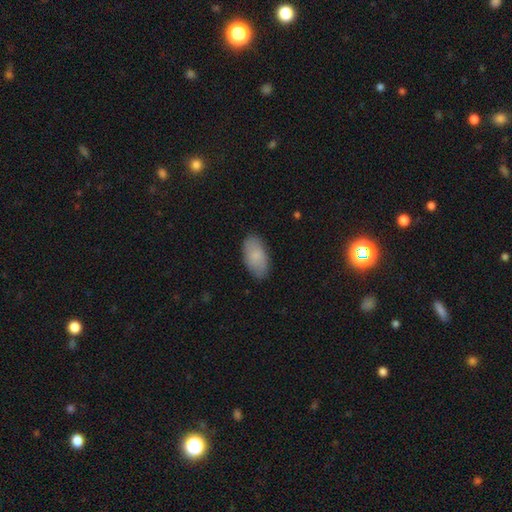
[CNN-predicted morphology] Smooth or featured? Predicted: smooth (p=0.81). How rounded? Predicted: in between (p=0.94). Merging? Predicted: none (p=0.85).